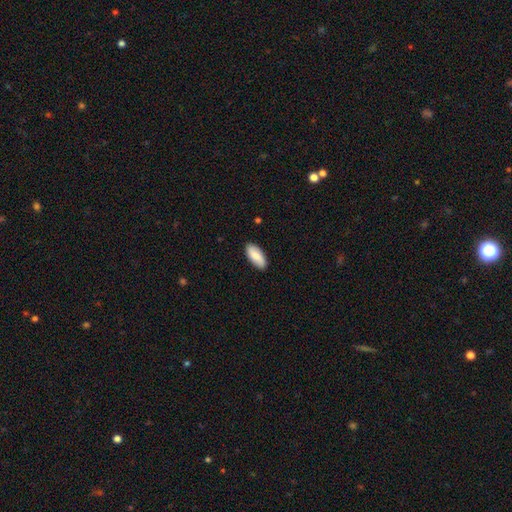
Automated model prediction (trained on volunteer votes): The model was most divided on "smooth or featured": smooth: 82%, featured or disk: 13%, star or artifact: 6%. More confident: merging — none (88%); how rounded — in between (86%).